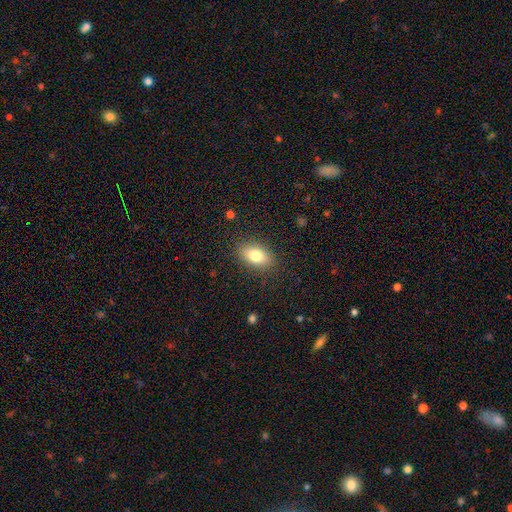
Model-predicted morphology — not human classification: This appears to be a smooth galaxy with no disk features (78%) that is in between round and cigar-shaped (86%). Merging: none (86%).